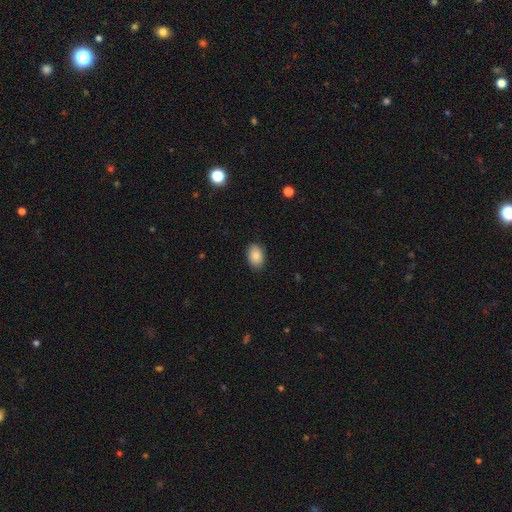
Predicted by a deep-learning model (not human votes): Smooth or featured?
  - smooth: 86% *
  - star or artifact: 7%
  - featured or disk: 6%
How rounded?
  - in between: 86% *
  - round: 13%
  - cigar-shaped: 1%
Merging?
  - none: 87% *
  - minor disturbance: 10%
  - major disturbance: 2%
  - merger: 1%